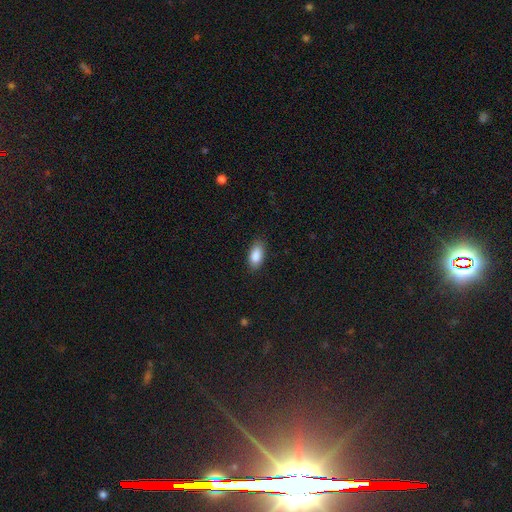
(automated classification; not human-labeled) Smooth or featured: smooth — 87% (star or artifact — 7%)
How rounded: in between — 91% (cigar-shaped — 6%)
Merging: none — 85% (minor disturbance — 11%)